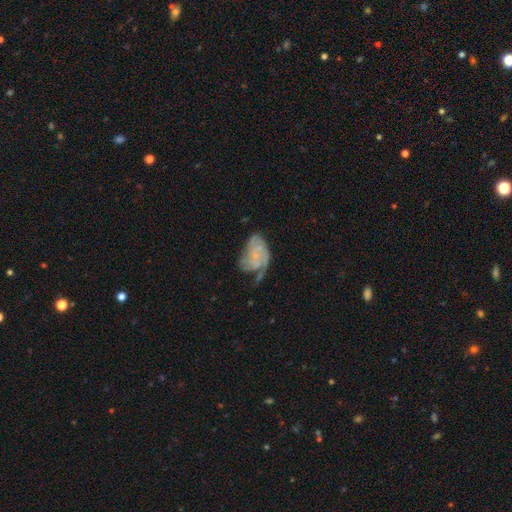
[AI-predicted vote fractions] Smooth or featured? featured or disk (71%)
Edge-on disk? no (98%)
Bar? no (76%)
Spiral arms? yes (86%)
Spiral winding? tight (47%)
Spiral arm count? can't tell (32%)
Bulge size? small (66%)
Merging? none (37%)